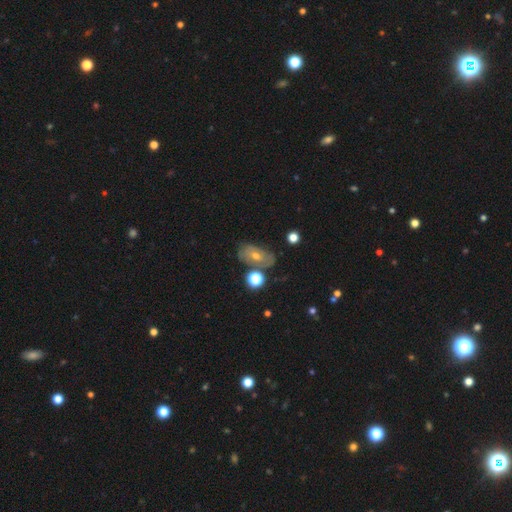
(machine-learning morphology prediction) Q: Smooth or featured?
A: featured or disk (44%); runner-up: smooth (38%)
Q: Merging?
A: none (68%); runner-up: minor disturbance (17%)